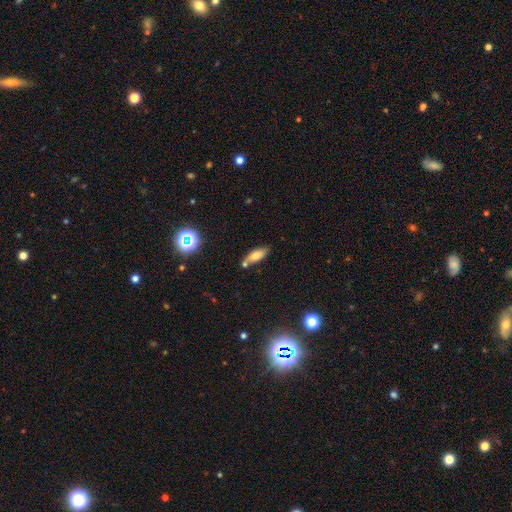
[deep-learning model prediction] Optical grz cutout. It shows a smooth galaxy with no disk features (69%) that is in between round and cigar-shaped (68%). Merging: none (62%).